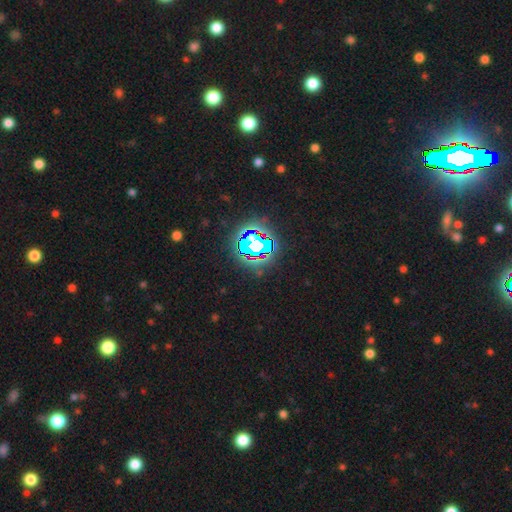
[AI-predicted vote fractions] smooth-or-featured: star or artifact: 78% | smooth: 13% | featured or disk: 10%